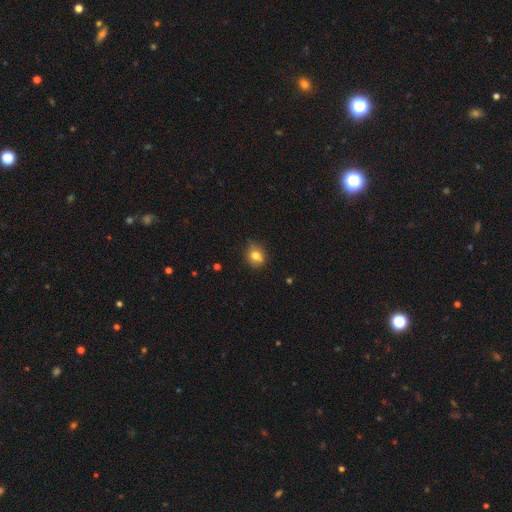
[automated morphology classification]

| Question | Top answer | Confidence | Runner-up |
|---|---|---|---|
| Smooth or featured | smooth | 74% | featured or disk (14%) |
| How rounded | round | 68% | in between (31%) |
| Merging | none | 70% | minor disturbance (22%) |